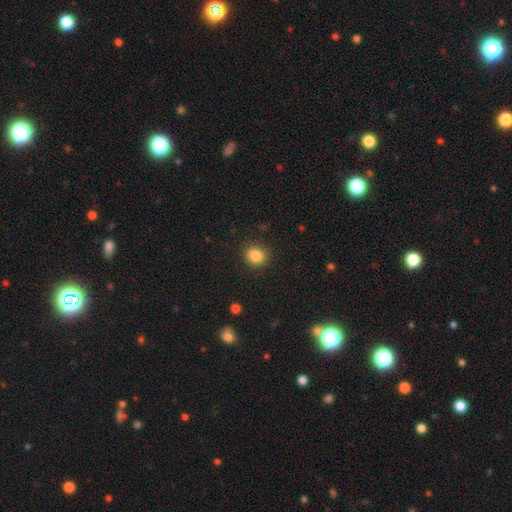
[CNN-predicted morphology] Smooth or featured? Predicted: smooth (p=0.85). How rounded? Predicted: round (p=0.64). Merging? Predicted: none (p=0.86).